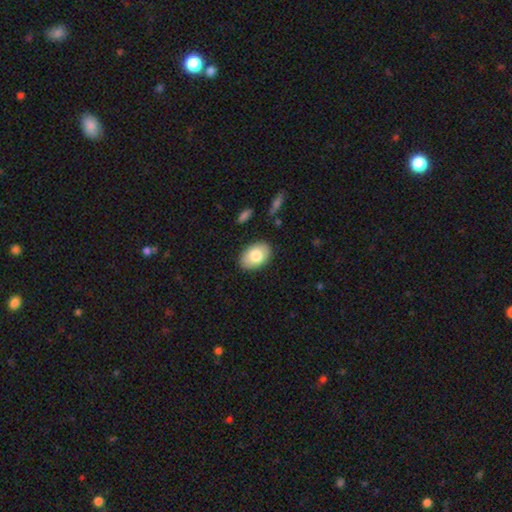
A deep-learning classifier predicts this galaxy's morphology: This is likely a smooth galaxy (78%). How rounded: clearly in between (88%). Merging: clearly none (87%).